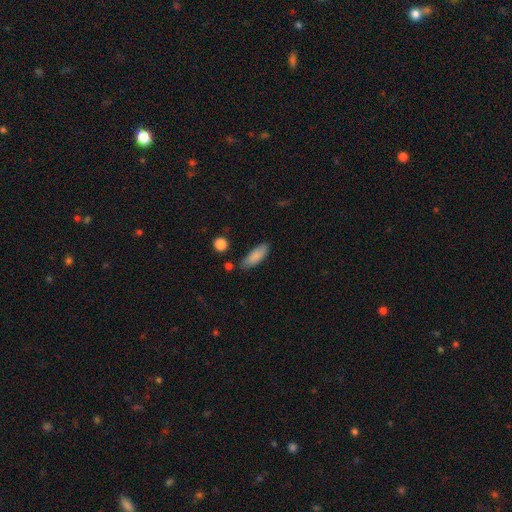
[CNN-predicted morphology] Overall: smooth (86%). How rounded: in between (69%; cigar-shaped 30%). Merging: none (76%).